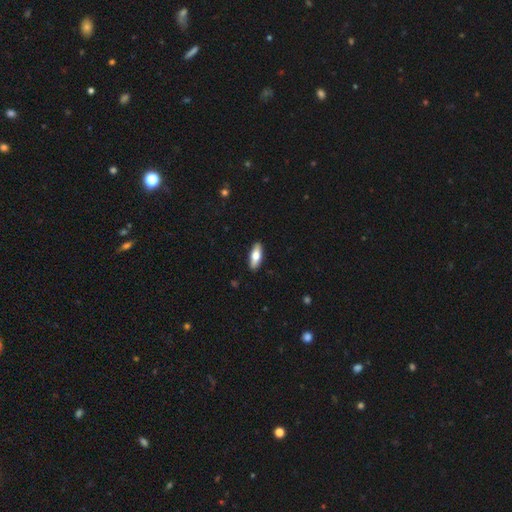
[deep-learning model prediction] Overall: smooth (68%). How rounded: in between (63%; cigar-shaped 34%). Merging: none (90%).